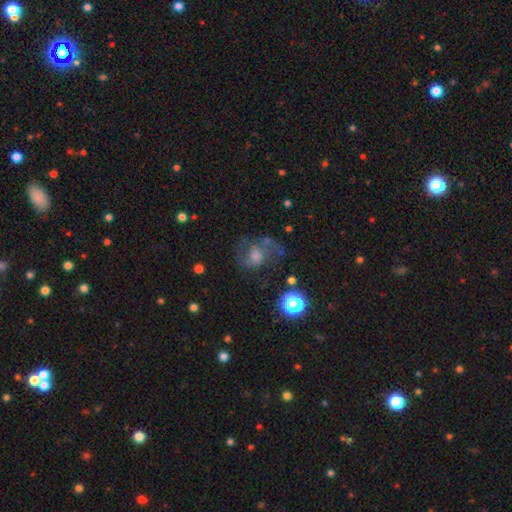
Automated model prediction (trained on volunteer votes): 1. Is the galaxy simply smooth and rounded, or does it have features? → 60% featured or disk, 25% smooth, 15% star or artifact.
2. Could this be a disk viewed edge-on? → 97% no, 3% yes.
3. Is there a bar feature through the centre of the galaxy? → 65% no, 30% weak, 5% strong.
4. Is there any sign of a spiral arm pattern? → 81% yes, 19% no.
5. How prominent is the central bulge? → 37% moderate, 23% large, 21% small, 16% none, 3% dominant.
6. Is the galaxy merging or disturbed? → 53% none, 24% major disturbance, 19% minor disturbance, 4% merger.